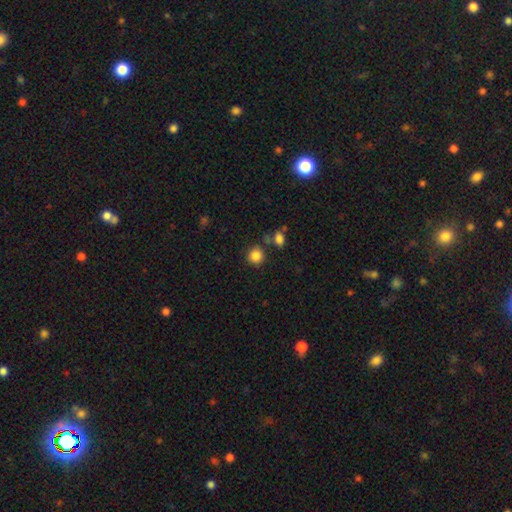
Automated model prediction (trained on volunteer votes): Overall: smooth (86%). How rounded: round (89%). Merging: none (79%).